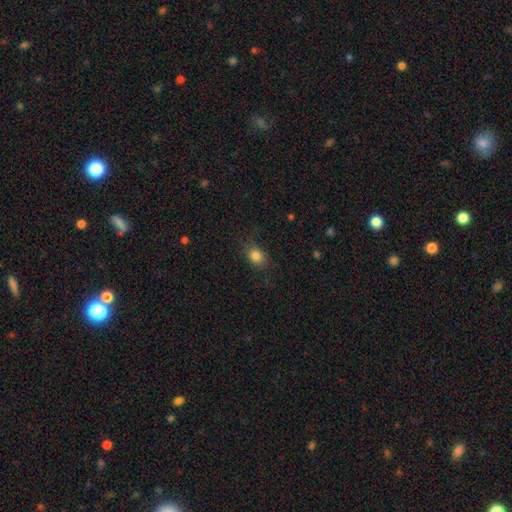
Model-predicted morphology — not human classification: A smooth galaxy with no disk features (83%) that is round (50%). Merging: none (80%).